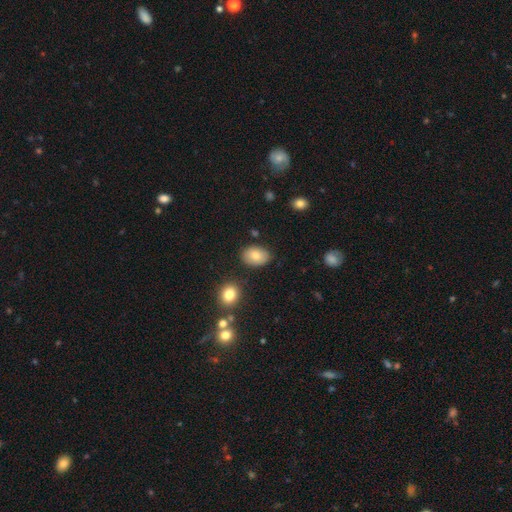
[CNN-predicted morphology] Smooth or featured: smooth — 82% (featured or disk — 9%)
How rounded: in between — 77% (round — 22%)
Merging: none — 82% (minor disturbance — 12%)